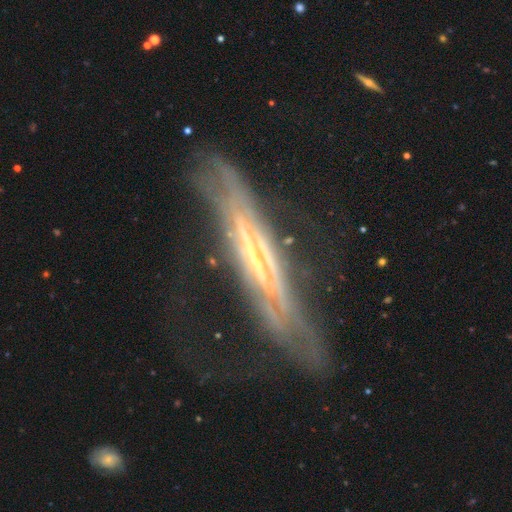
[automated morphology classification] The model was most divided on "merging": none: 49%, major disturbance: 25%, minor disturbance: 23%, merger: 3%. More confident: smooth or featured — featured or disk (79%); edge-on disk — yes (78%); edge-on bulge — none (54%).